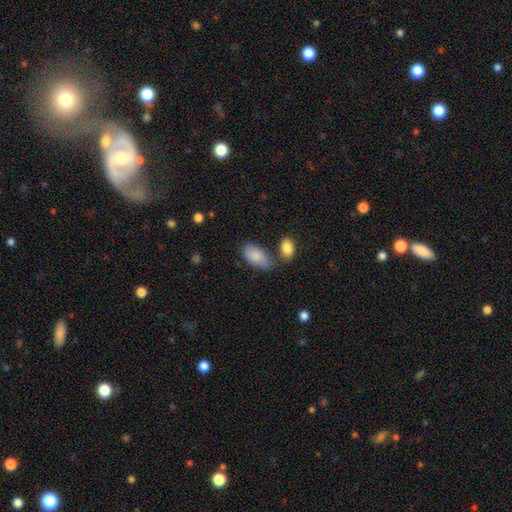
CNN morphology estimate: type=smooth (84%); roundness=in between (94%); merging=none (51%).